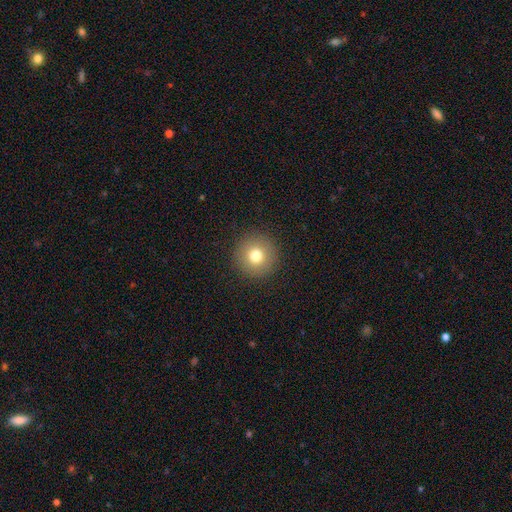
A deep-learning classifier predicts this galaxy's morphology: Q: Smooth or featured?
A: smooth (76%); runner-up: featured or disk (13%)
Q: How rounded?
A: round (96%); runner-up: in between (3%)
Q: Merging?
A: none (92%); runner-up: minor disturbance (5%)